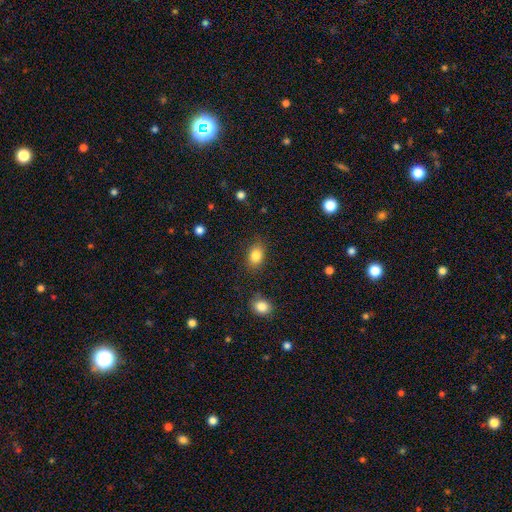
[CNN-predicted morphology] A smooth galaxy with no disk features (84%) that is in between round and cigar-shaped (71%). Merging: none (81%).